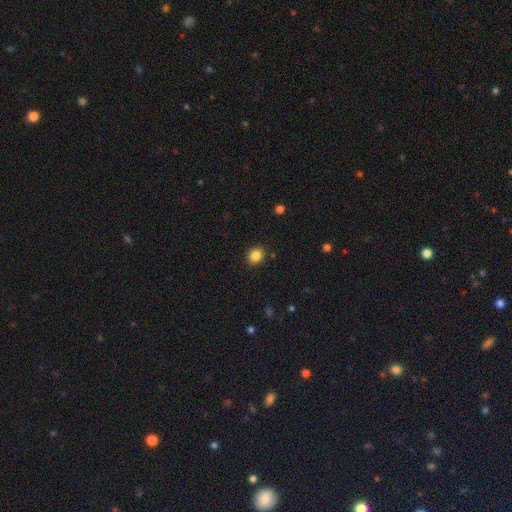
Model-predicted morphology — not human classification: This appears to be a smooth galaxy with no disk features (84%) that is round (74%). Merging: none (90%).